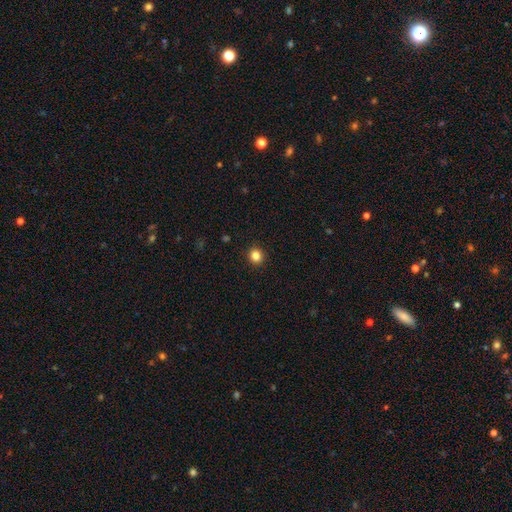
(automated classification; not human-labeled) Smooth or featured?
  - smooth: 84% *
  - star or artifact: 12%
  - featured or disk: 4%
How rounded?
  - round: 89% *
  - in between: 10%
  - cigar-shaped: 1%
Merging?
  - none: 93% *
  - minor disturbance: 5%
  - major disturbance: 2%
  - merger: 1%